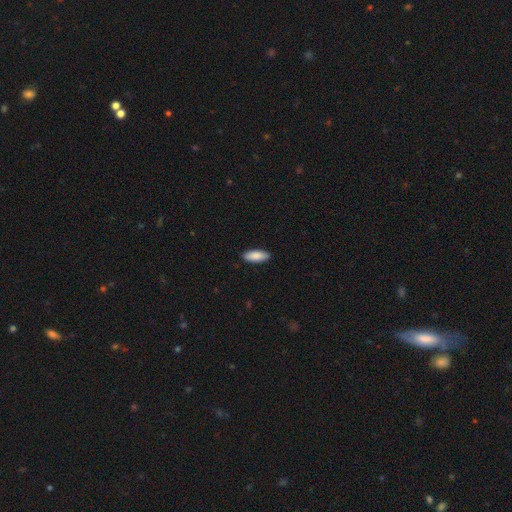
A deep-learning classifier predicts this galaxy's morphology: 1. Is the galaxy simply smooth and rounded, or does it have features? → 88% smooth, 6% featured or disk, 5% star or artifact.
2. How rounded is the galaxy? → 76% in between, 23% cigar-shaped, 2% round.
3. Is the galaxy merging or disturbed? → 89% none, 8% minor disturbance, 2% major disturbance, 1% merger.